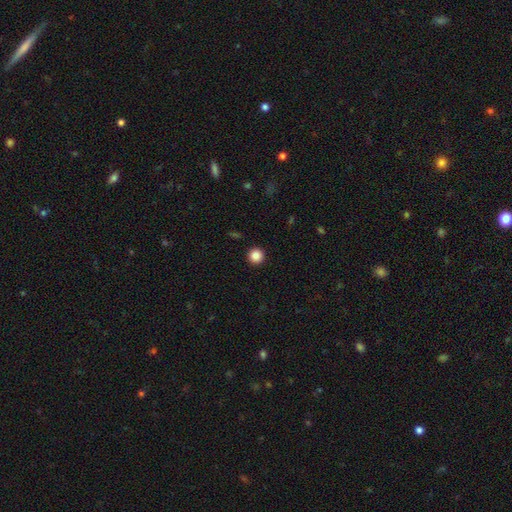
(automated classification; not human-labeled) The model was most divided on "smooth or featured": smooth: 87%, star or artifact: 10%, featured or disk: 3%. More confident: how rounded — round (96%); merging — none (94%).